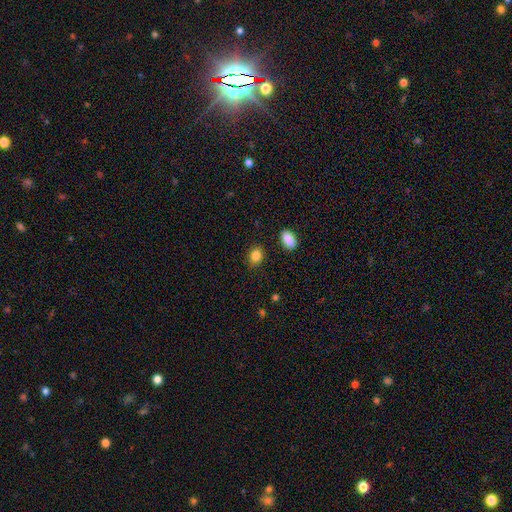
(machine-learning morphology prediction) type=smooth (86%); roundness=in between (62%); merging=none (86%).